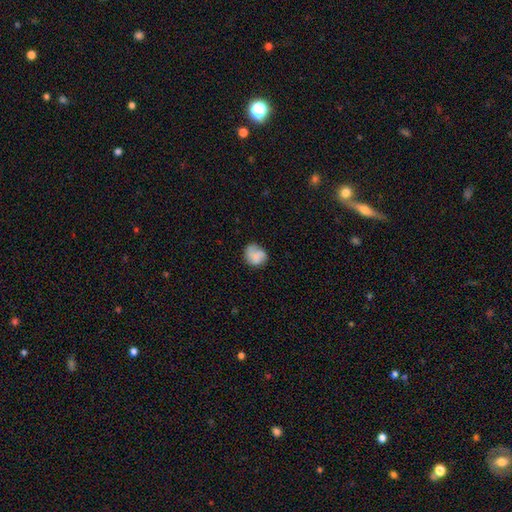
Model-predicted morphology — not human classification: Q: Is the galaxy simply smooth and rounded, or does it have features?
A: smooth — 68%.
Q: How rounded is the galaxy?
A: round — 68%.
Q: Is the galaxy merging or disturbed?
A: none — 59%.